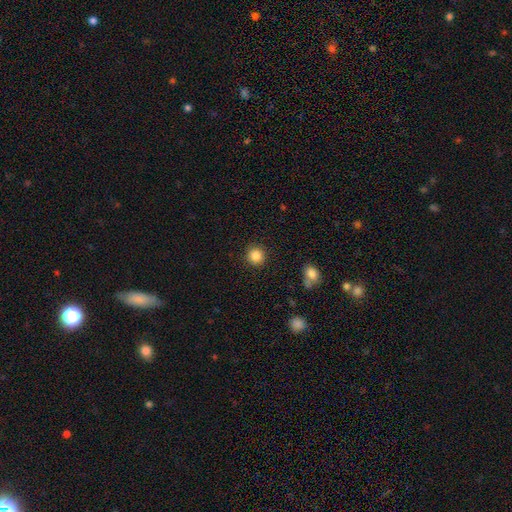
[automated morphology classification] smooth-or-featured: smooth: 86% | star or artifact: 10% | featured or disk: 4%
  how-rounded: round: 93% | in between: 6% | cigar-shaped: 1%
  merging: none: 91% | minor disturbance: 6% | major disturbance: 2% | merger: 1%